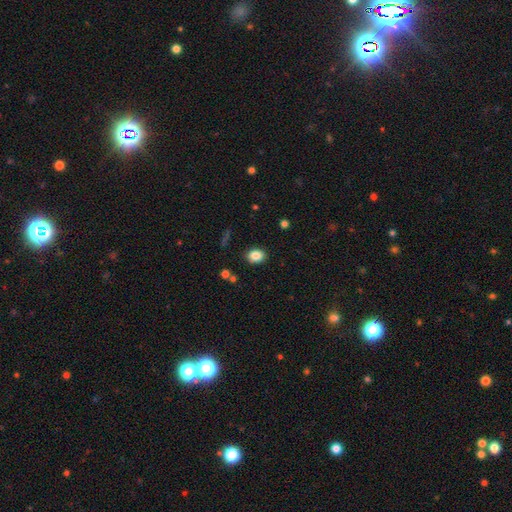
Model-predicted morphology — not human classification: Smooth or featured? smooth (85%)
How rounded? in between (60%)
Merging? none (88%)